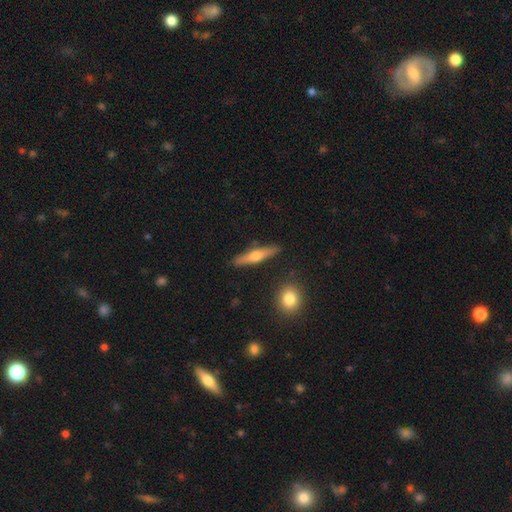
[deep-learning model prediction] Smooth or featured: featured or disk — 53% (smooth — 41%)
Edge-on disk: yes — 94% (no — 6%)
Edge-on bulge: rounded — 91% (none — 5%)
Merging: none — 88% (minor disturbance — 8%)